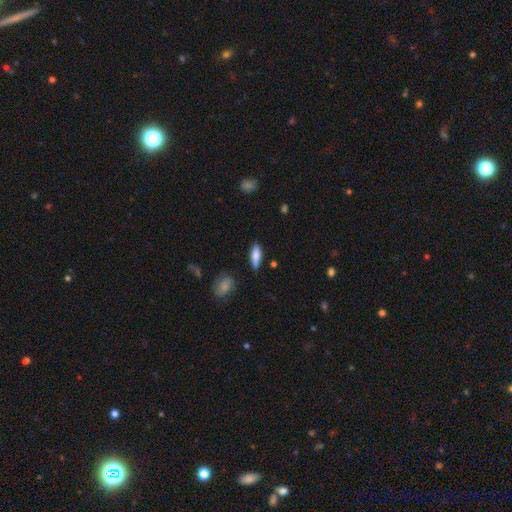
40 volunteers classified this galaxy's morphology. A smooth galaxy with no disk features (55%) that is cigar-shaped (59%).

Vote fractions:
- Smooth or featured? smooth: 55% / featured or disk: 38% / star or artifact: 8%
- How rounded? cigar-shaped: 59% / in between: 41% / round: 0%
- Merging? none: 86% / minor disturbance: 14% / major disturbance: 0% / merger: 0%